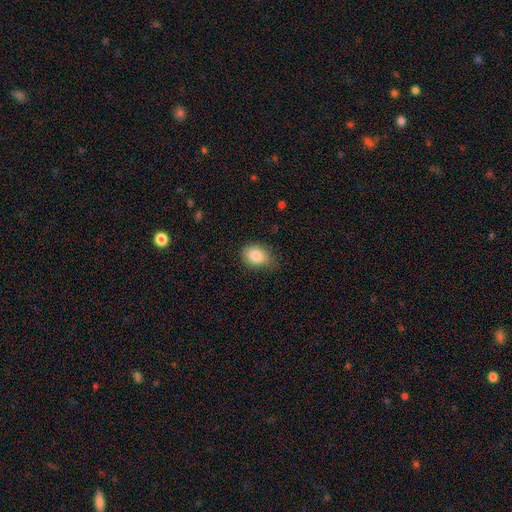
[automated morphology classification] A smooth galaxy with no disk features (86%) that is in between round and cigar-shaped (67%).

Vote fractions:
- Smooth or featured? smooth: 86% / star or artifact: 8% / featured or disk: 6%
- How rounded? in between: 67% / round: 32% / cigar-shaped: 1%
- Merging? none: 61% / minor disturbance: 31% / major disturbance: 6% / merger: 1%